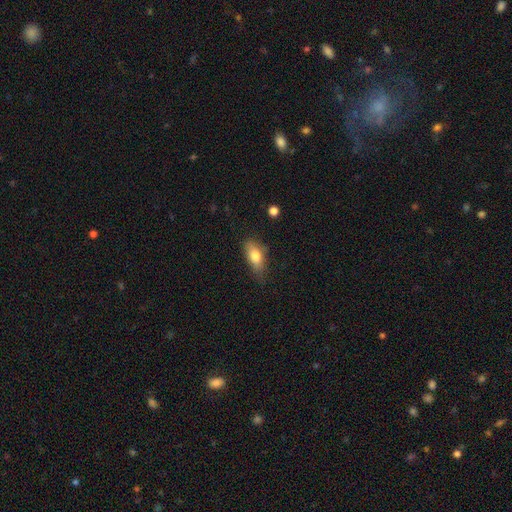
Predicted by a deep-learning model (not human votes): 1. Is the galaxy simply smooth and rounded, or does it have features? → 75% smooth, 17% featured or disk, 8% star or artifact.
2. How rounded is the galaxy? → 81% in between, 14% cigar-shaped, 5% round.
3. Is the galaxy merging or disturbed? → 61% none, 29% minor disturbance, 8% major disturbance, 2% merger.